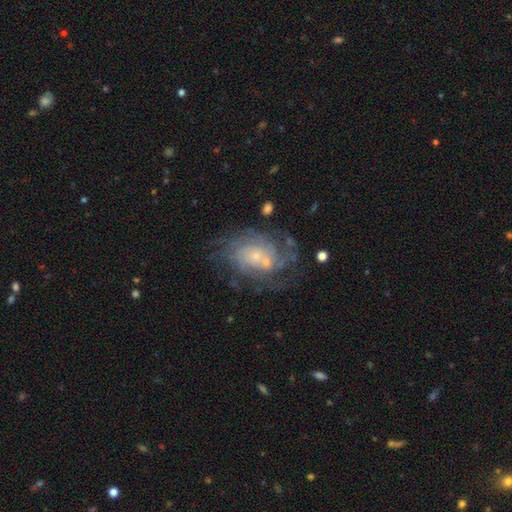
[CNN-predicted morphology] smooth-or-featured: featured or disk: 78% | smooth: 14% | star or artifact: 8%
  disk-edge-on: no: 97% | yes: 3%
    bar: no: 76% | weak: 20% | strong: 4%
    has-spiral-arms: yes: 89% | no: 11%
      spiral-winding: tight: 60% | medium: 30% | loose: 10%
      spiral-arm-count: can't tell: 44% | 4: 16% | 3: 14% | 2: 13% | more than 4: 8% | 1: 5%
    bulge-size: small: 73% | moderate: 18% | none: 5% | large: 3% | dominant: 1%
  merging: none: 60% | minor disturbance: 18% | major disturbance: 13% | merger: 9%